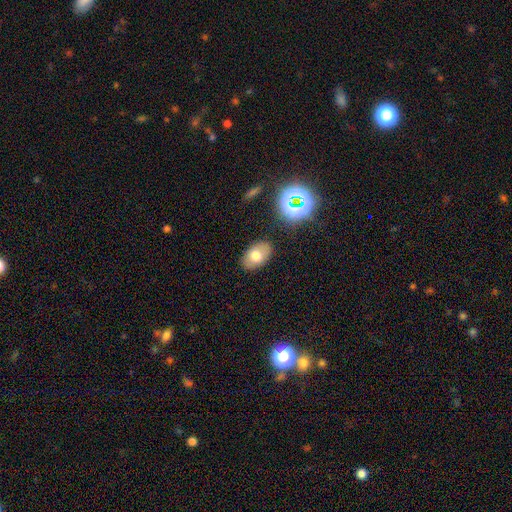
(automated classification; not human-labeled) Morphology: type=smooth (70%); roundness=in between (90%); merging=none (84%).